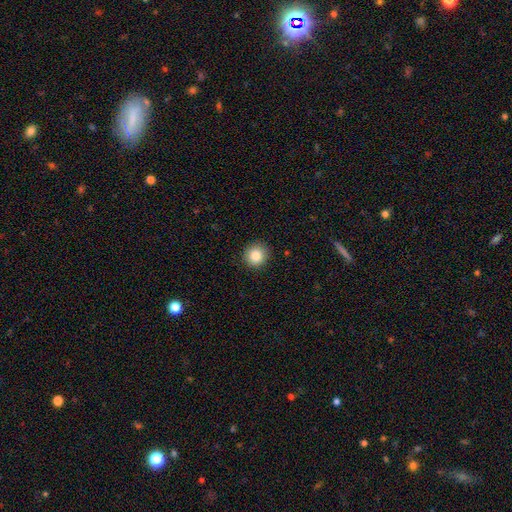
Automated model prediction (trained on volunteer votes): A smooth galaxy with no disk features (85%) that is round (91%). Merging: none (90%).